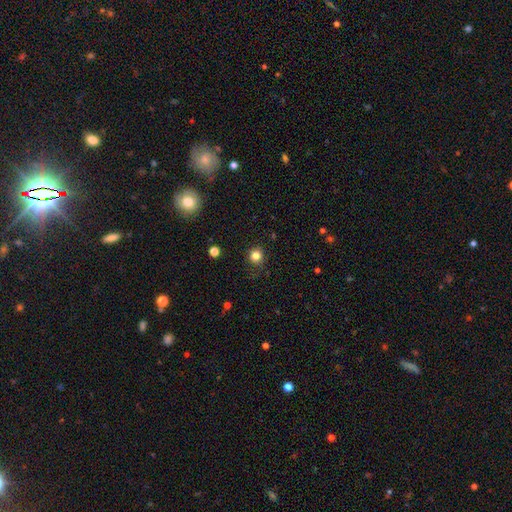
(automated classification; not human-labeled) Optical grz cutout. It shows a smooth galaxy with no disk features (82%) that is round (91%). Merging: none (85%).